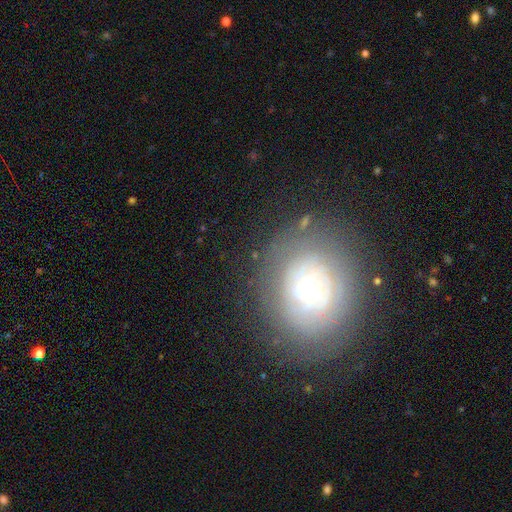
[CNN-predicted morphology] This is possibly a featured or disk galaxy (46%). Merging: clearly none (83%).